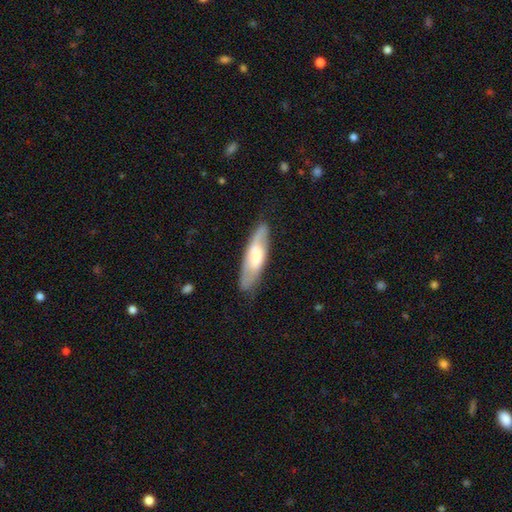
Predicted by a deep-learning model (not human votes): Smooth or featured? smooth (48%)
Merging? none (76%)